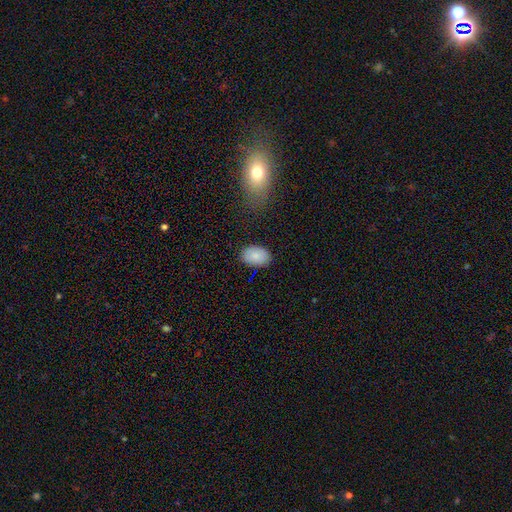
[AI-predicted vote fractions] Overall: smooth (86%). How rounded: in between (88%). Merging: none (83%).